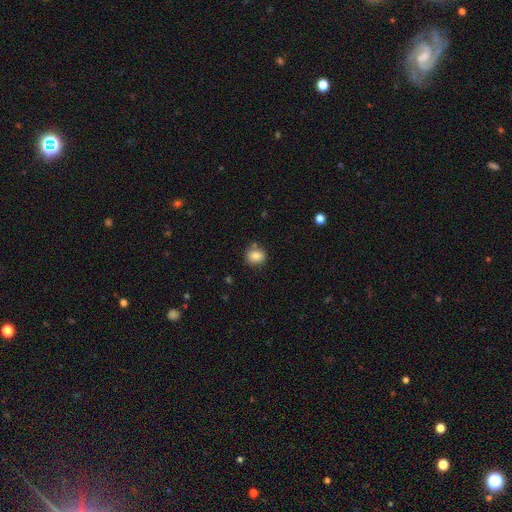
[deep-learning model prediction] Morphology: type=smooth (83%); roundness=round (80%); merging=none (81%).